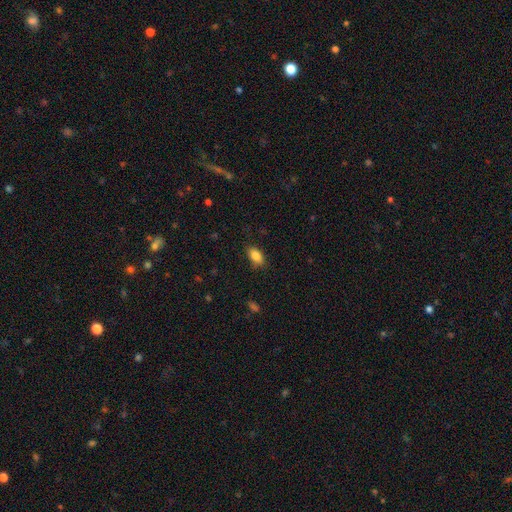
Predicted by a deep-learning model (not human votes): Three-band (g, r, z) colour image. It shows a smooth galaxy with no disk features (86%) that is in between round and cigar-shaped (90%). Merging: none (84%).